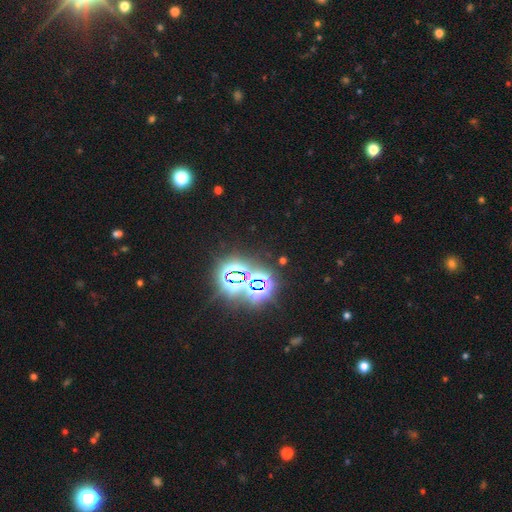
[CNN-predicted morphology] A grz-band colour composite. It shows a star or artifact, not a galaxy (63%).